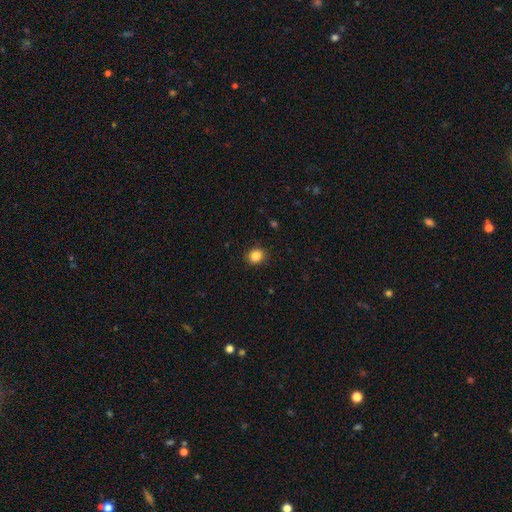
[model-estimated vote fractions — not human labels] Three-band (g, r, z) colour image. It shows a smooth galaxy with no disk features (85%) that is round (75%). Merging: none (90%).